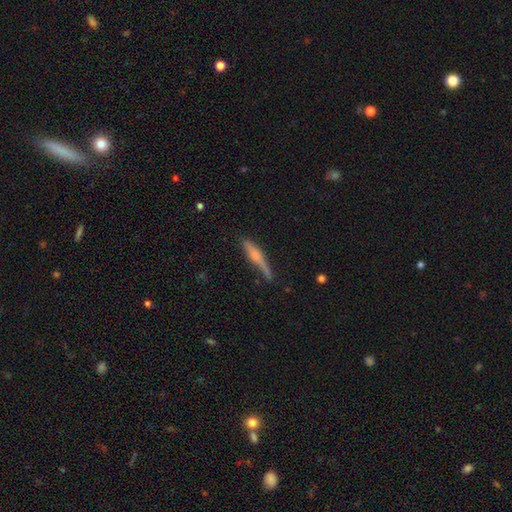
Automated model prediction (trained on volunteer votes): Smooth or featured? featured or disk (53%)
Edge-on disk? yes (96%)
Edge-on bulge? rounded (69%)
Merging? none (72%)